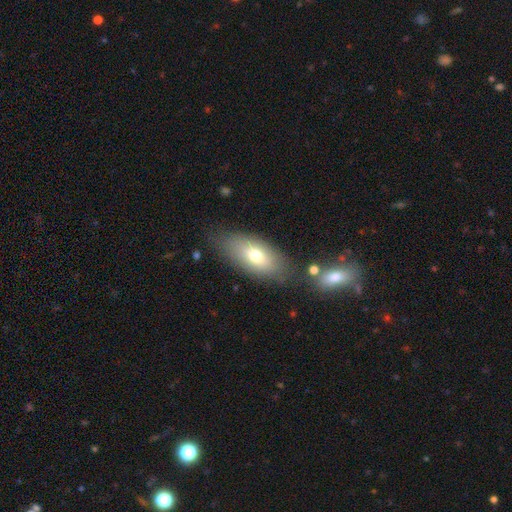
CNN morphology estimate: smooth 71%, featured or disk 21%, star or artifact 8%. Down the decision tree: how rounded — in between (87%); merging — none (74%).